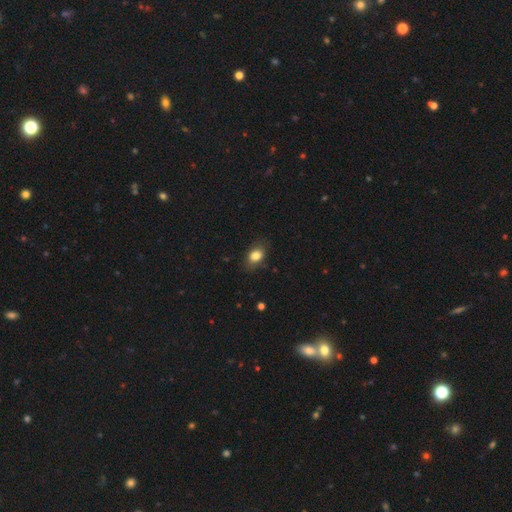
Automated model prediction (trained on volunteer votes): This is clearly a smooth galaxy (83%). How rounded: likely in between (77%). Merging: likely none (80%).